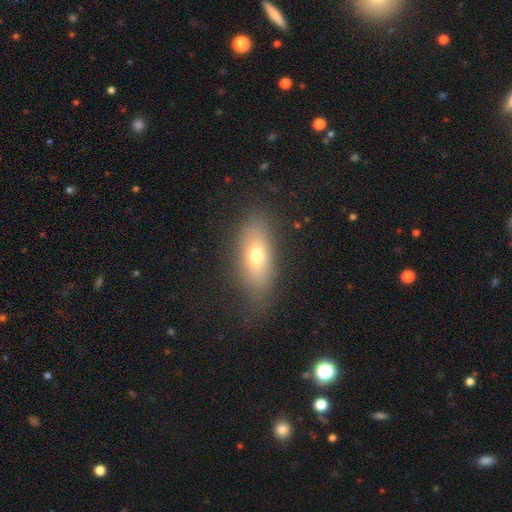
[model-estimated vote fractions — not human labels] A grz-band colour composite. It shows a smooth galaxy with no disk features (67%) that is in between round and cigar-shaped (73%). Merging: none (72%).